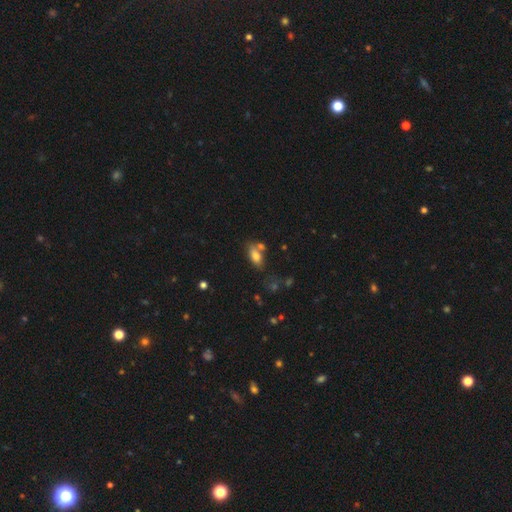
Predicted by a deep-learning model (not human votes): Smooth or featured: smooth — 77% (featured or disk — 14%)
How rounded: in between — 86% (cigar-shaped — 9%)
Merging: none — 56% (merger — 23%)